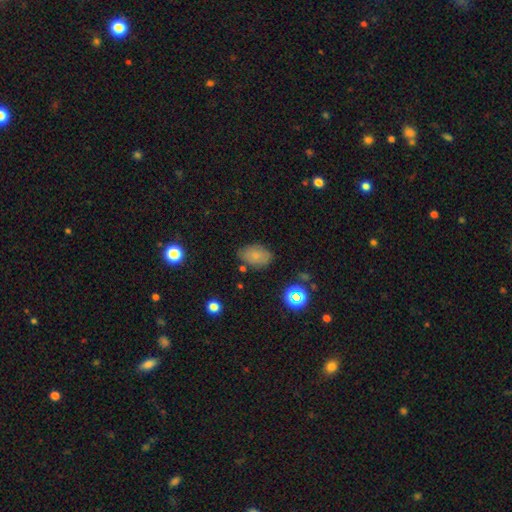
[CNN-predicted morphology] This is likely a smooth galaxy (76%). How rounded: clearly in between (85%). Merging: likely none (73%).